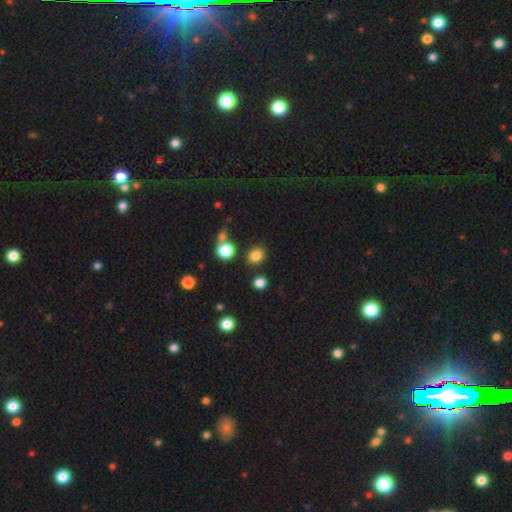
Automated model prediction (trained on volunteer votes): smooth-or-featured: smooth: 82% | star or artifact: 13% | featured or disk: 5%
  how-rounded: round: 69% | in between: 30% | cigar-shaped: 1%
  merging: none: 82% | minor disturbance: 9% | merger: 6% | major disturbance: 3%